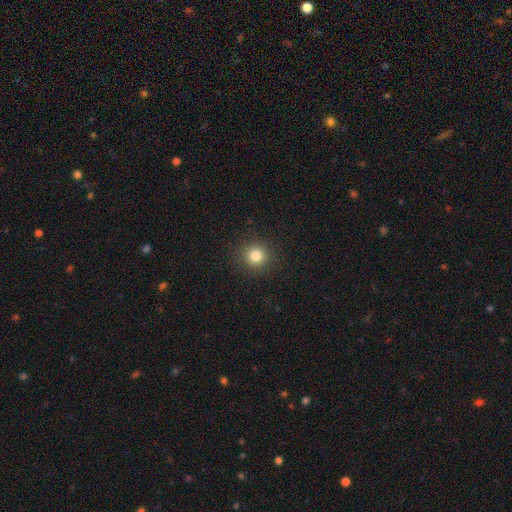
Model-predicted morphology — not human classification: Smooth or featured: smooth — 81% (star or artifact — 13%)
How rounded: round — 94% (in between — 5%)
Merging: none — 91% (minor disturbance — 5%)